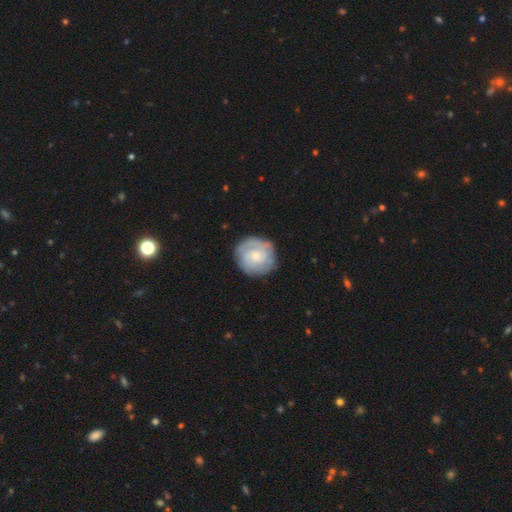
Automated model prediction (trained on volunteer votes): Smooth or featured? featured or disk (70%)
Edge-on disk? no (98%)
Bar? no (68%)
Spiral arms? yes (91%)
Spiral winding? tight (66%)
Spiral arm count? 2 (35%)
Bulge size? small (58%)
Merging? none (82%)